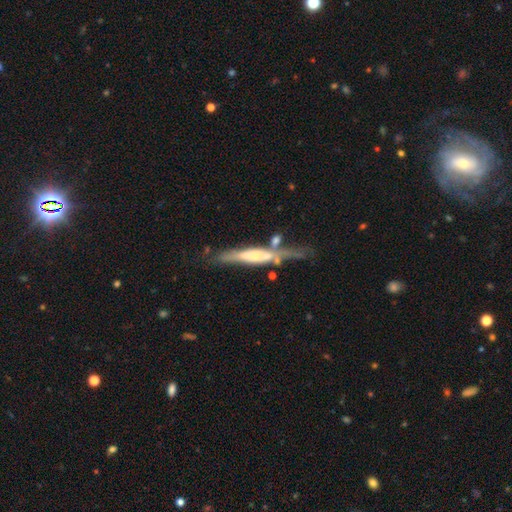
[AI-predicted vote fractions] featured or disk 65%, smooth 29%, star or artifact 7%. Down the decision tree: edge-on disk — yes (86%); edge-on bulge — rounded (42%); merging — none (50%).